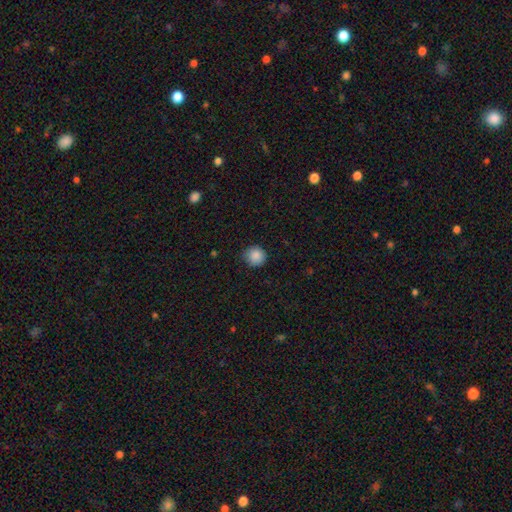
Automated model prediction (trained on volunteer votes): smooth 87%, star or artifact 9%, featured or disk 3%. Down the decision tree: how rounded — round (93%); merging — none (84%).